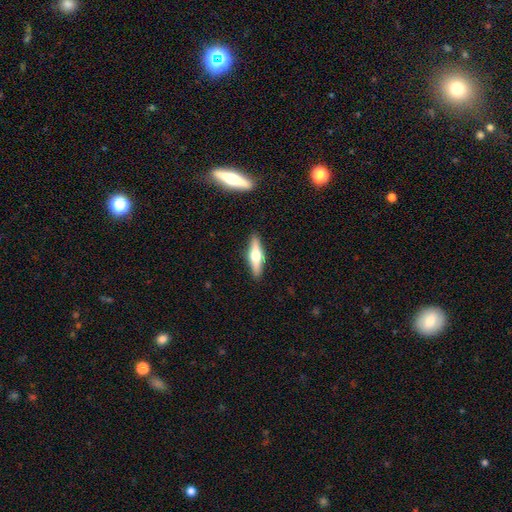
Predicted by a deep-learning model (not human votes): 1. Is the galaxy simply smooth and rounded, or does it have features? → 57% featured or disk, 38% smooth, 6% star or artifact.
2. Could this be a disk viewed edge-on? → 95% yes, 5% no.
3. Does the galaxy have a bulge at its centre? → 94% rounded, 4% boxy, 2% none.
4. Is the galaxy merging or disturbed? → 89% none, 8% minor disturbance, 2% major disturbance, 1% merger.